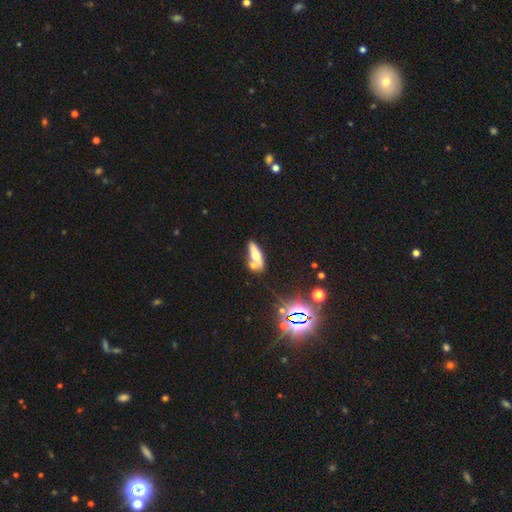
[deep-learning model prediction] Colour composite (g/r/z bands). It shows a smooth galaxy with no disk features (53%) that is in between round and cigar-shaped (58%). Merging: none (45%).